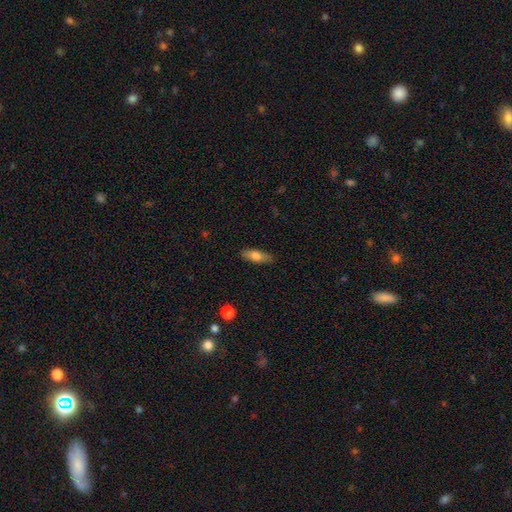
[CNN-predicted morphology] smooth_or_featured: smooth (p=0.75) [alt: featured or disk p=0.18]
how_rounded: in between (p=0.68) [alt: cigar-shaped p=0.29]
merging: none (p=0.85) [alt: minor disturbance p=0.12]